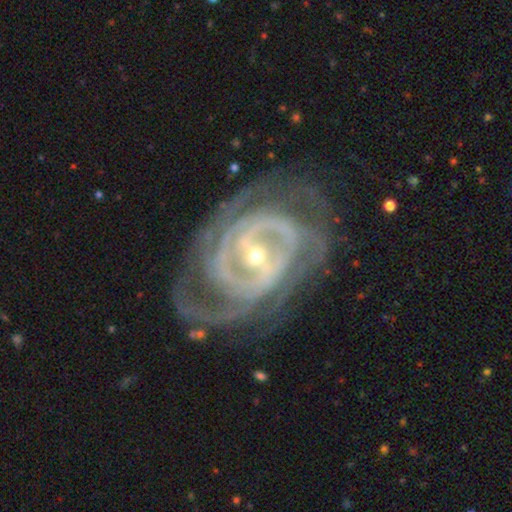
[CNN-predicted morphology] Smooth or featured? featured or disk (91%)
Edge-on disk? no (97%)
Bar? strong (42%)
Spiral arms? yes (96%)
Spiral winding? tight (65%)
Spiral arm count? 2 (28%)
Bulge size? small (67%)
Merging? none (67%)